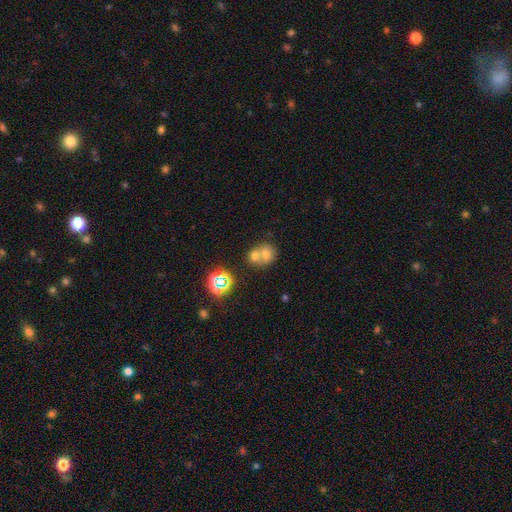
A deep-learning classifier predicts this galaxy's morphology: Smooth or featured? Predicted: smooth (p=0.62). How rounded? Predicted: round (p=0.70). Merging? Predicted: merger (p=0.63).